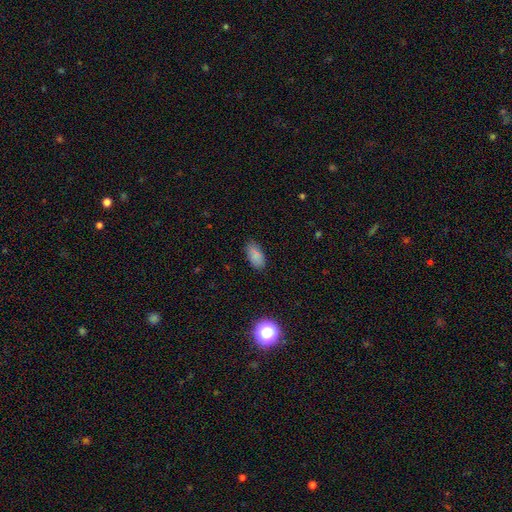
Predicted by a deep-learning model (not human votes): Smooth or featured? Predicted: smooth (p=0.80). How rounded? Predicted: in between (p=0.93). Merging? Predicted: none (p=0.80).